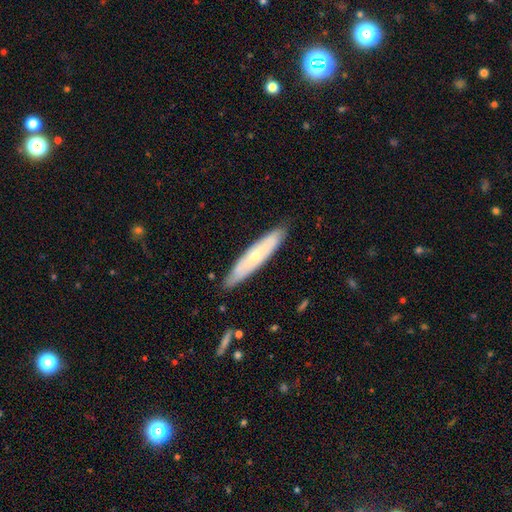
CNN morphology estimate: Q: Smooth or featured?
A: featured or disk (51%); runner-up: smooth (43%)
Q: Edge-on disk?
A: yes (57%); runner-up: no (43%)
Q: Merging?
A: none (85%); runner-up: minor disturbance (12%)